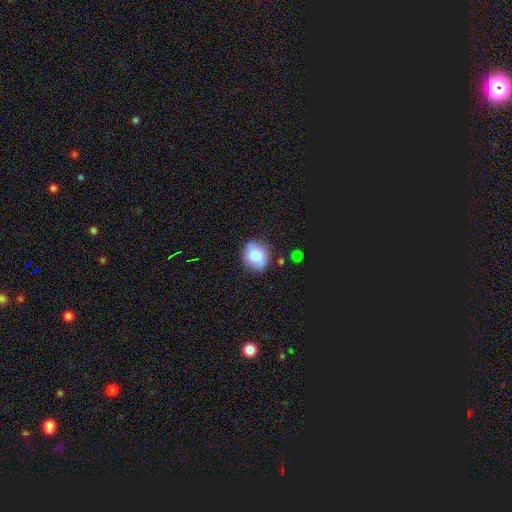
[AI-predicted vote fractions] Smooth or featured? Predicted: smooth (p=0.79). How rounded? Predicted: round (p=0.66). Merging? Predicted: none (p=0.84).